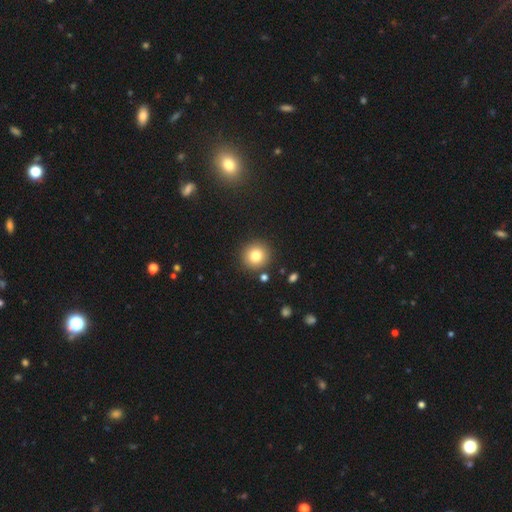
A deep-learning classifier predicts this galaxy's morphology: A smooth galaxy with no disk features (79%) that is round (93%). Merging: none (89%).